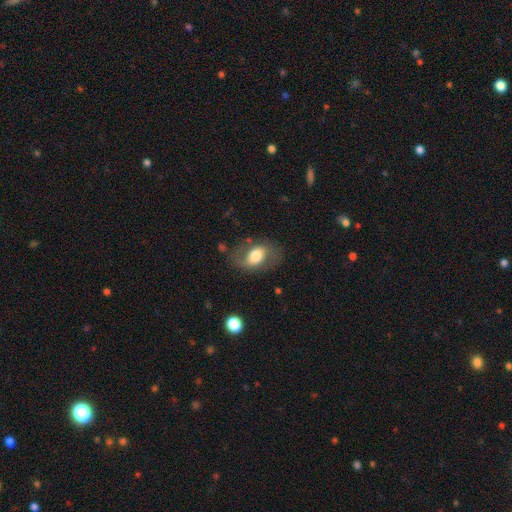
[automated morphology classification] smooth-or-featured: smooth: 47% | featured or disk: 45% | star or artifact: 8%
  merging: none: 67% | minor disturbance: 19% | major disturbance: 12% | merger: 2%